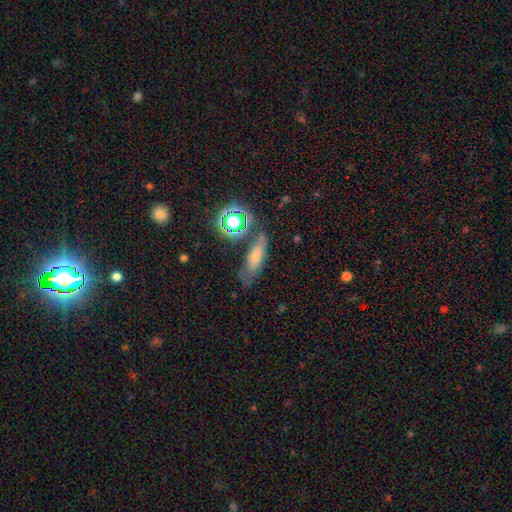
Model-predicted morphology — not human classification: Q: Smooth or featured?
A: smooth (64%); runner-up: featured or disk (19%)
Q: How rounded?
A: in between (51%); runner-up: cigar-shaped (41%)
Q: Merging?
A: none (61%); runner-up: minor disturbance (22%)